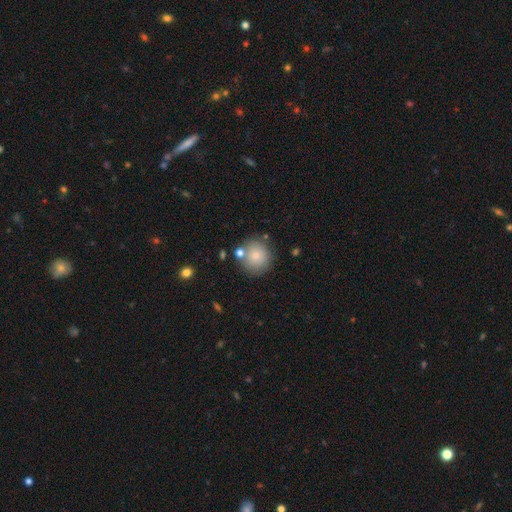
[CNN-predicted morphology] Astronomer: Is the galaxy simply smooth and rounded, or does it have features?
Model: smooth — 80%.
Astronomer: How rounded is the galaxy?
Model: round — 92%.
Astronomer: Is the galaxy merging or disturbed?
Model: none — 76%.